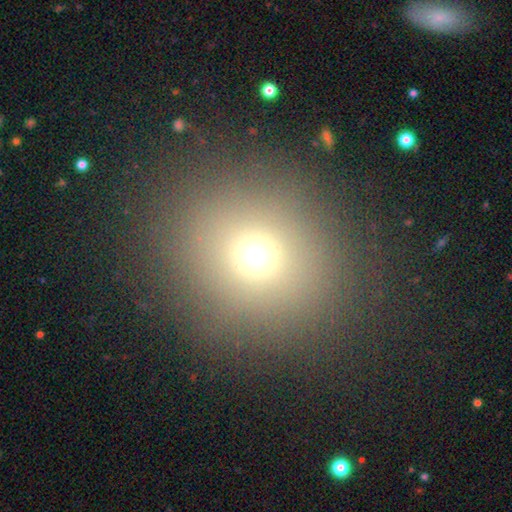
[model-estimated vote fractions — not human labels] A smooth galaxy with no disk features (68%) that is round (82%). Merging: none (87%).